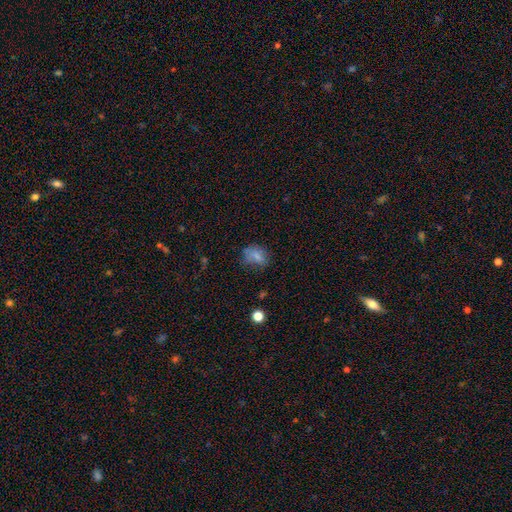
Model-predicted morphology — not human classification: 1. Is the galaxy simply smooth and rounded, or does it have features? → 69% smooth, 16% star or artifact, 15% featured or disk.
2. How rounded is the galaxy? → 62% in between, 36% round, 2% cigar-shaped.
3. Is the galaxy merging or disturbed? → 55% none, 26% minor disturbance, 15% major disturbance, 4% merger.